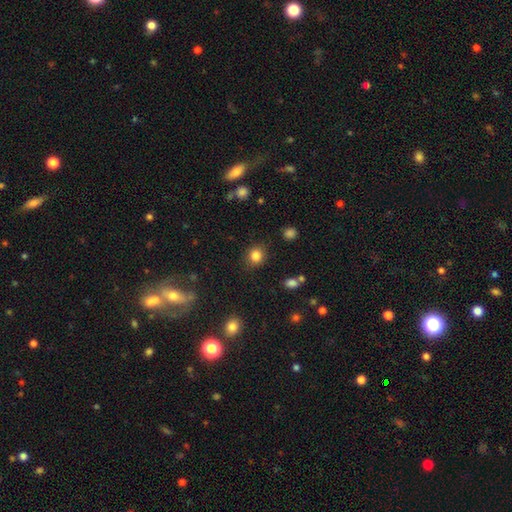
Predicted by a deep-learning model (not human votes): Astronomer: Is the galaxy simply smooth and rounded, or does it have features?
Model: smooth — 84%.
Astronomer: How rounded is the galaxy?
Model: round — 80%.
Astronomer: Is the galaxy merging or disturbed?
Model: none — 86%.